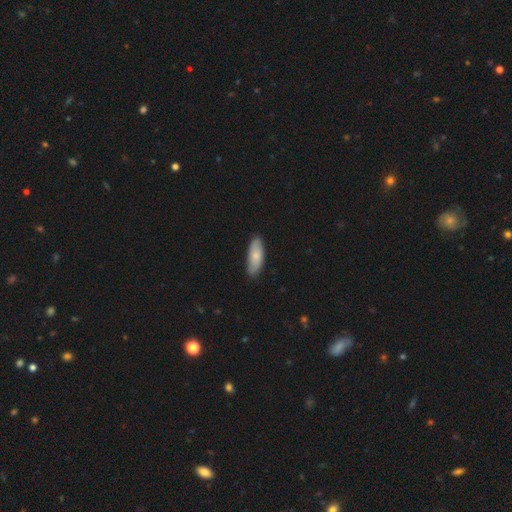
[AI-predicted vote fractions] smooth-or-featured: smooth: 73% | featured or disk: 22% | star or artifact: 5%
  how-rounded: in between: 71% | cigar-shaped: 27% | round: 2%
  merging: none: 82% | minor disturbance: 15% | major disturbance: 2% | merger: 1%